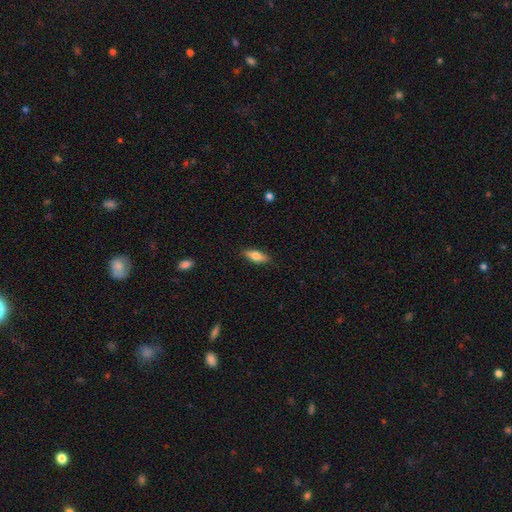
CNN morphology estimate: Overall: smooth (70%). How rounded: in between (67%; cigar-shaped 30%). Merging: none (87%).